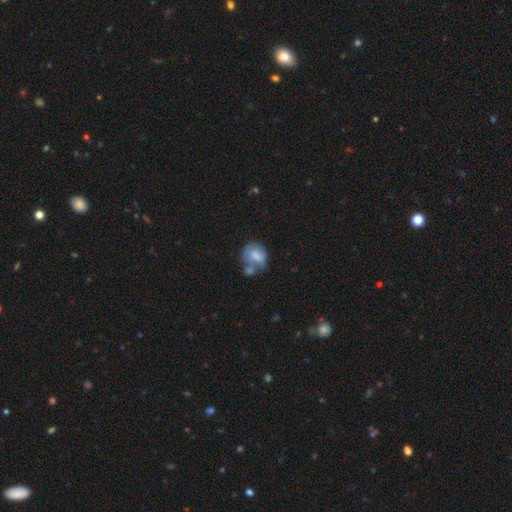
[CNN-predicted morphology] Smooth or featured? Predicted: smooth (p=0.66). How rounded? Predicted: round (p=0.50). Merging? Predicted: merger (p=0.39).